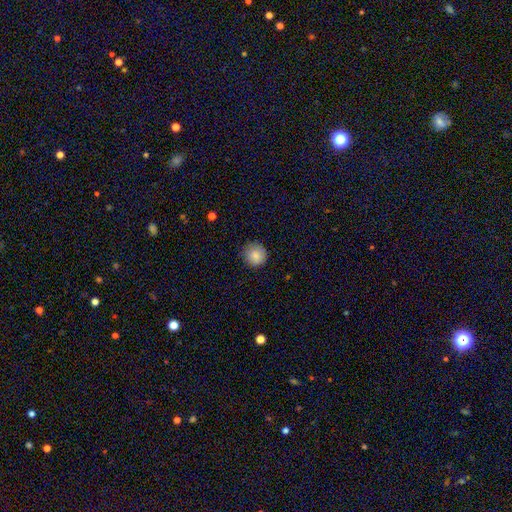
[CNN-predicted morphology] A smooth galaxy with no disk features (85%) that is round (94%).

Vote fractions:
- Smooth or featured? smooth: 85% / star or artifact: 9% / featured or disk: 6%
- How rounded? round: 94% / in between: 5% / cigar-shaped: 1%
- Merging? none: 84% / minor disturbance: 12% / major disturbance: 3% / merger: 1%